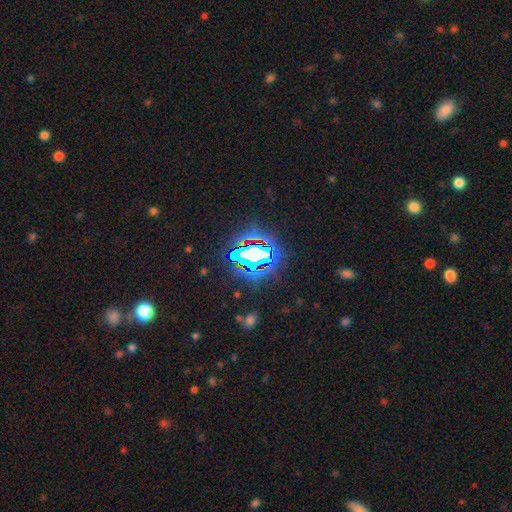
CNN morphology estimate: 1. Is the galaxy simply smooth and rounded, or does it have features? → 72% star or artifact, 16% smooth, 12% featured or disk.